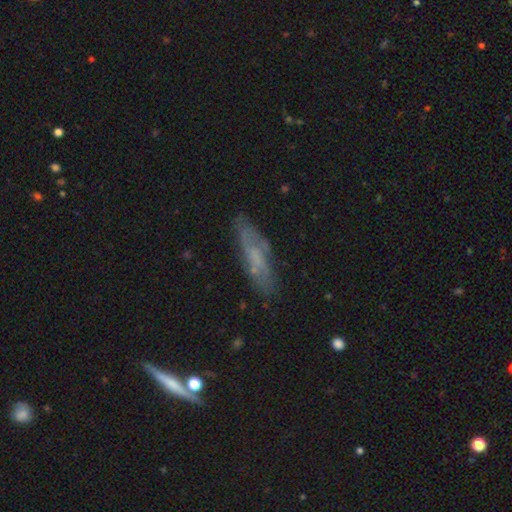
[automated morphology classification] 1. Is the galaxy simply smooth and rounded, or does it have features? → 50% featured or disk, 40% smooth, 9% star or artifact.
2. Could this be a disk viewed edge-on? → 62% no, 38% yes.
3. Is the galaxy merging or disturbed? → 72% none, 19% minor disturbance, 6% major disturbance, 2% merger.